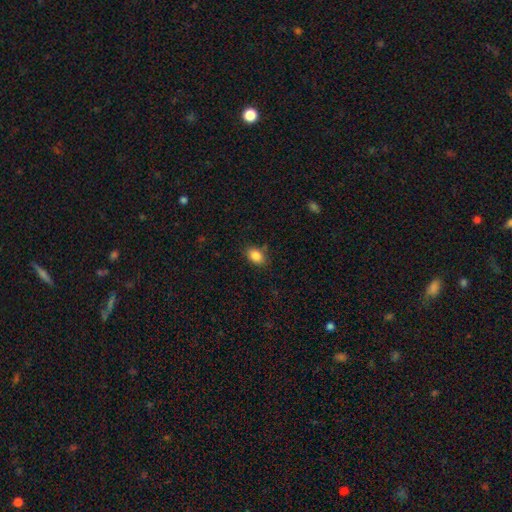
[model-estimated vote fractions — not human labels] smooth 86%, star or artifact 9%, featured or disk 5%. Down the decision tree: how rounded — in between (80%); merging — none (80%).